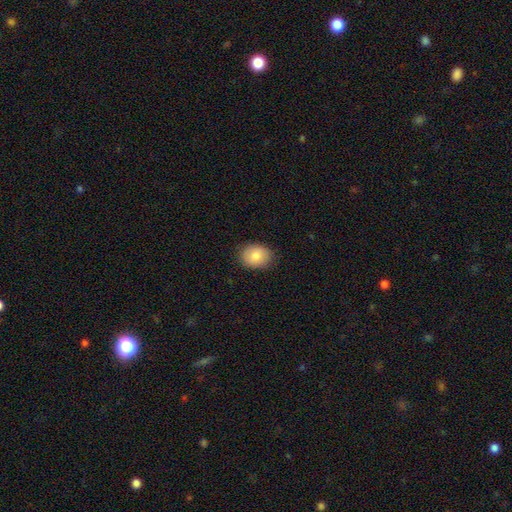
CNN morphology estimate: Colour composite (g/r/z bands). It shows a smooth galaxy with no disk features (84%) that is in between round and cigar-shaped (55%). Merging: none (86%).